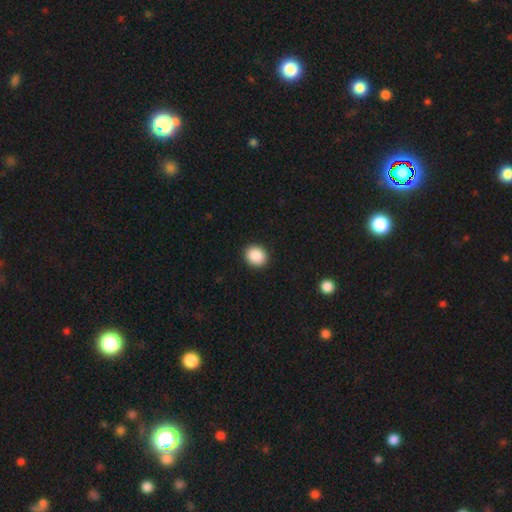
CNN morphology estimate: A smooth galaxy with no disk features (89%) that is round (63%).

Vote fractions:
- Smooth or featured? smooth: 89% / star or artifact: 8% / featured or disk: 3%
- How rounded? round: 63% / in between: 36% / cigar-shaped: 1%
- Merging? none: 92% / minor disturbance: 6% / major disturbance: 2% / merger: 1%